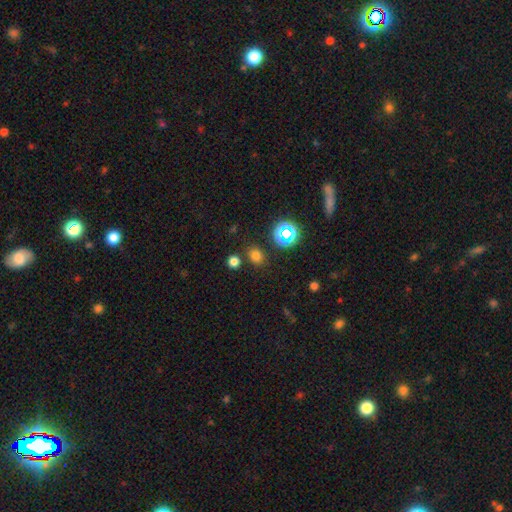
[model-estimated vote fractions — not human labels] Morphology: type=smooth (71%); roundness=round (66%); merging=none (80%).